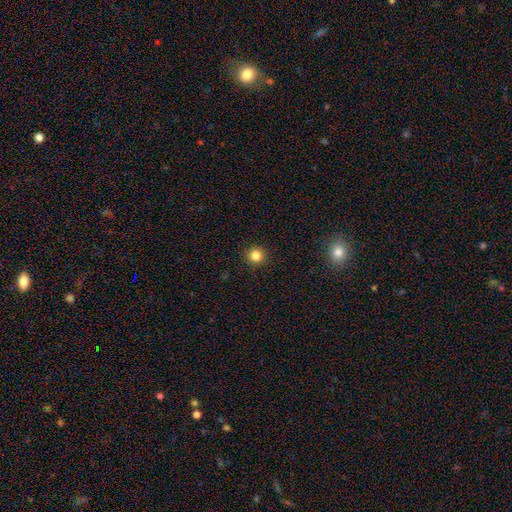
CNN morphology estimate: This appears to be a smooth galaxy with no disk features (83%) that is round (95%). Merging: none (93%).